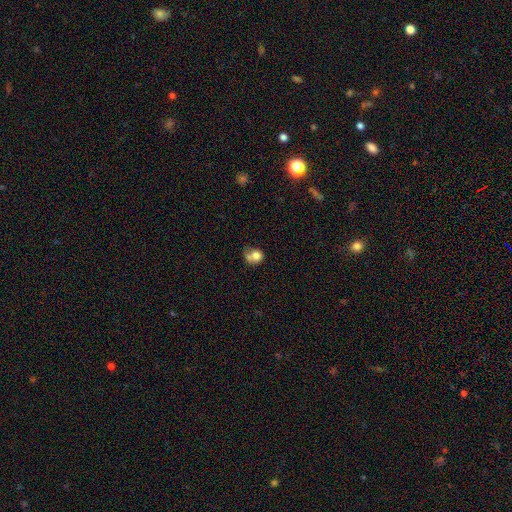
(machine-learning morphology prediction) smooth 75%, featured or disk 15%, star or artifact 10%. Down the decision tree: how rounded — round (70%); merging — merger (35%).